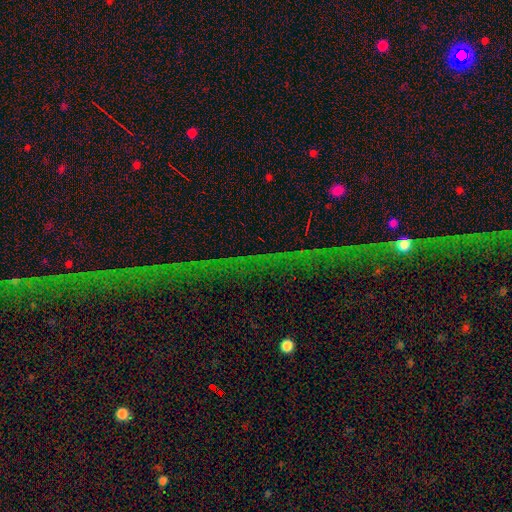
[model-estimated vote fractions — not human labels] This is likely a star or artifact rather than a galaxy (75%).